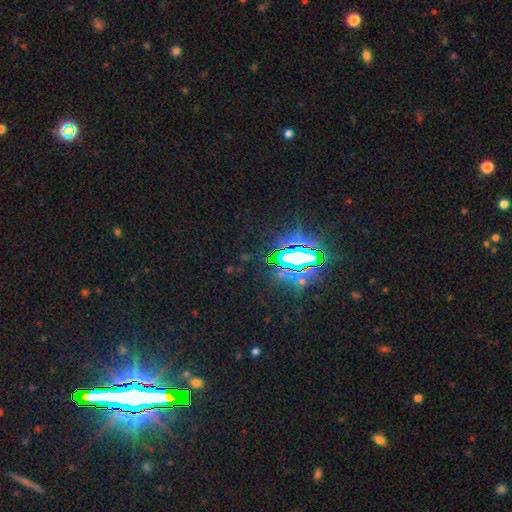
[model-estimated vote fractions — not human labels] smooth-or-featured: star or artifact: 83% | smooth: 9% | featured or disk: 8%